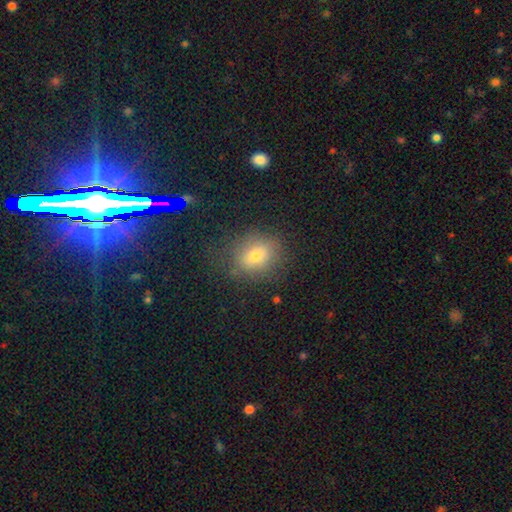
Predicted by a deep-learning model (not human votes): This is likely a smooth galaxy (64%). How rounded: likely round (62%). Merging: likely none (80%).